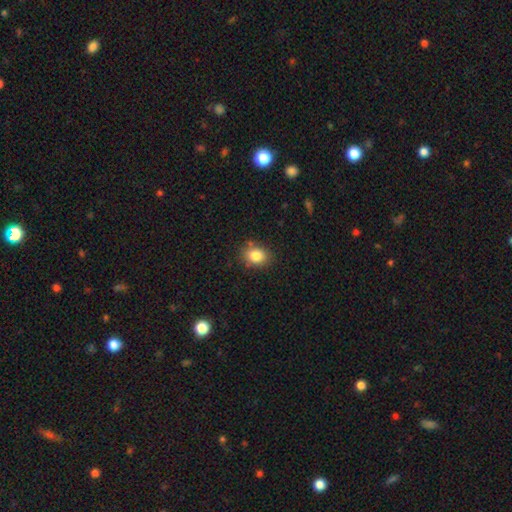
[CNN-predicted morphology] A smooth galaxy with no disk features (84%) that is in between round and cigar-shaped (53%).

Vote fractions:
- Smooth or featured? smooth: 84% / star or artifact: 10% / featured or disk: 6%
- How rounded? in between: 53% / round: 46% / cigar-shaped: 1%
- Merging? none: 81% / minor disturbance: 13% / major disturbance: 3% / merger: 3%